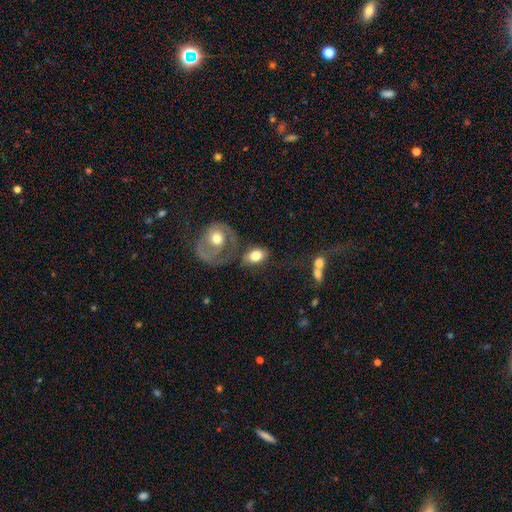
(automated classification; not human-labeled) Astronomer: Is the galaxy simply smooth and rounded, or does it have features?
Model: smooth — 72%.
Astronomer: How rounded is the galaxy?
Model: in between — 77%.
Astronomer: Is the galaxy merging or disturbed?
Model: none — 45% (runner-up: merger, 24%).